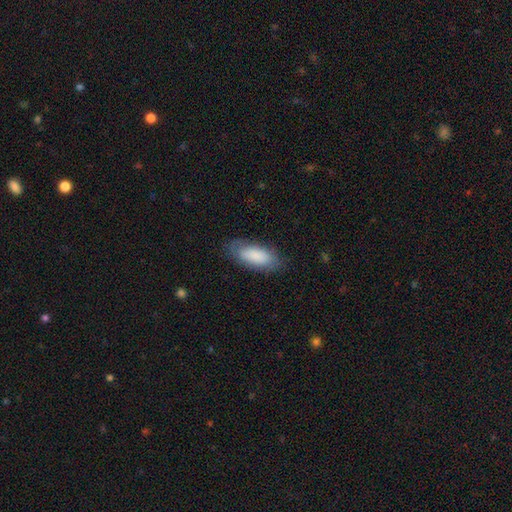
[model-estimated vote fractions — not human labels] This is clearly a smooth galaxy (83%). How rounded: clearly in between (81%). Merging: likely none (77%).